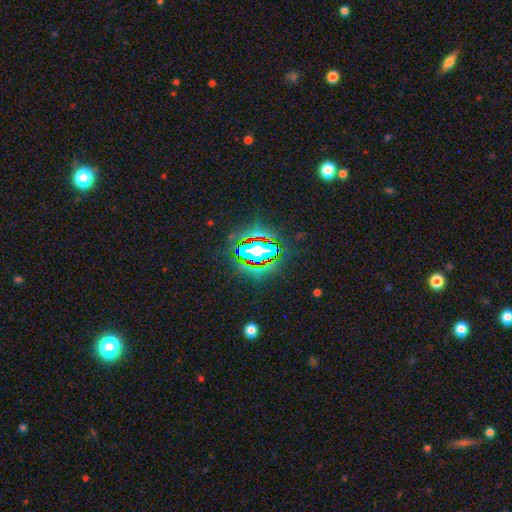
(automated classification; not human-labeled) This is clearly a star or artifact rather than a galaxy (83%).